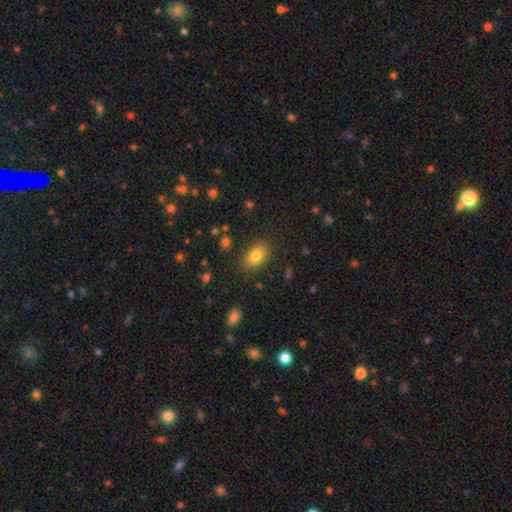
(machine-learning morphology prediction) A smooth galaxy with no disk features (81%) that is in between round and cigar-shaped (82%). Merging: none (84%).